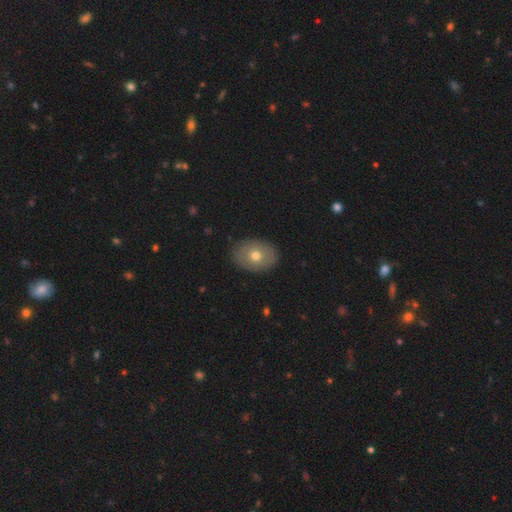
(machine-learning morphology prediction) Smooth or featured?
  - smooth: 68% *
  - featured or disk: 24%
  - star or artifact: 8%
How rounded?
  - in between: 71% *
  - round: 28%
  - cigar-shaped: 1%
Merging?
  - none: 87% *
  - minor disturbance: 9%
  - major disturbance: 2%
  - merger: 1%